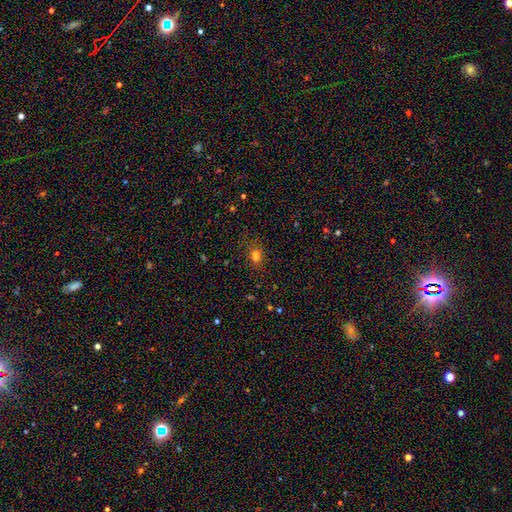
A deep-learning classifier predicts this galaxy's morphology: A smooth galaxy with no disk features (75%) that is in between round and cigar-shaped (74%).

Vote fractions:
- Smooth or featured? smooth: 75% / star or artifact: 18% / featured or disk: 7%
- How rounded? in between: 74% / round: 22% / cigar-shaped: 4%
- Merging? none: 73% / minor disturbance: 17% / major disturbance: 6% / merger: 4%